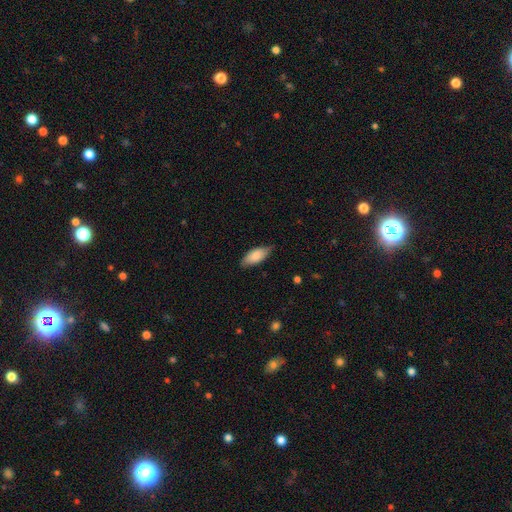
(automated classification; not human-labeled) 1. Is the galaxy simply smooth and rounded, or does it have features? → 83% smooth, 11% featured or disk, 6% star or artifact.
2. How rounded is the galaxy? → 85% in between, 13% cigar-shaped, 2% round.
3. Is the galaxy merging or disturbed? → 75% none, 21% minor disturbance, 3% major disturbance, 1% merger.